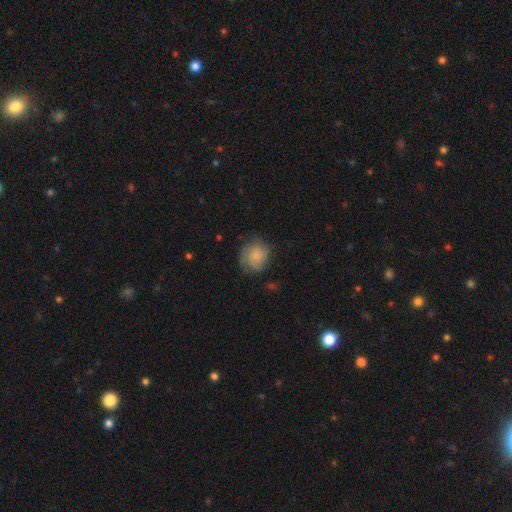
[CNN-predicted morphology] A smooth galaxy with no disk features (72%) that is round (74%). Merging: none (64%).